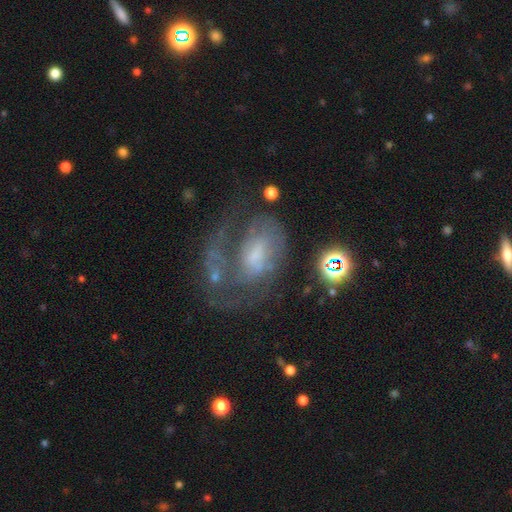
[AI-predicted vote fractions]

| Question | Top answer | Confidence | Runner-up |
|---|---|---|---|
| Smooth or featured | featured or disk | 73% | smooth (15%) |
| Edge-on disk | no | 97% | yes (3%) |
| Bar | no | 45% | weak (42%) |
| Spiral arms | yes | 79% | no (21%) |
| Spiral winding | medium | 42% | tight (35%) |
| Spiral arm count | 1 | 35% | 2 (29%) |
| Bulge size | small | 34% | moderate (32%) |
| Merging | none | 40% | major disturbance (34%) |